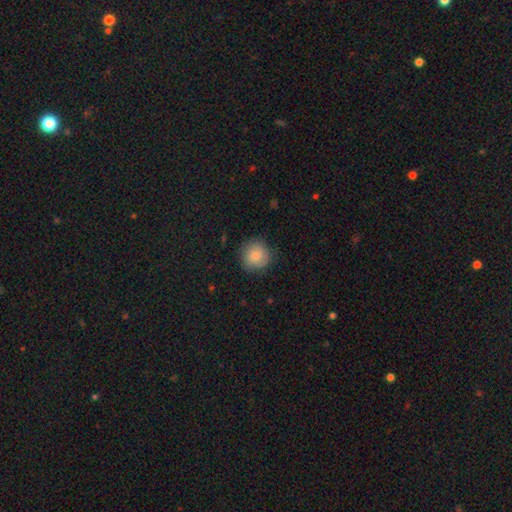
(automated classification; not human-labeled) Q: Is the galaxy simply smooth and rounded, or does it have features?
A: smooth — 82%.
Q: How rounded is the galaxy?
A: round — 92%.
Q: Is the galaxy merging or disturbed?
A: none — 79%.